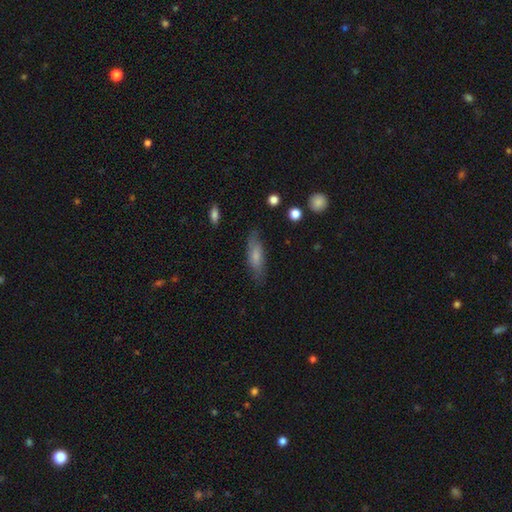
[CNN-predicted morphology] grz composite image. It shows a smooth galaxy with no disk features (64%) that is in between round and cigar-shaped (52%). Merging: none (77%).